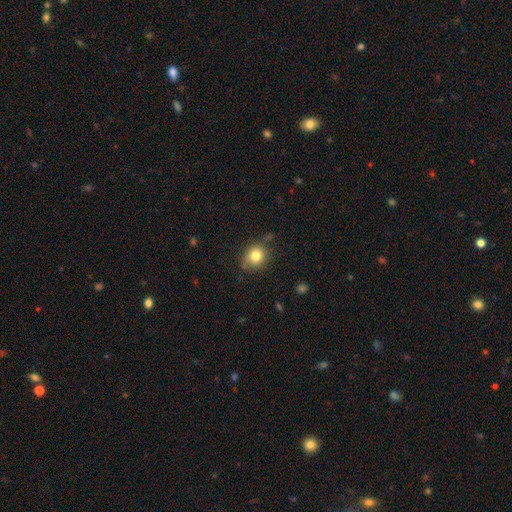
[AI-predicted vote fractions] Smooth or featured?
  - smooth: 80% *
  - star or artifact: 11%
  - featured or disk: 10%
How rounded?
  - round: 68% *
  - in between: 31%
  - cigar-shaped: 1%
Merging?
  - none: 69% *
  - minor disturbance: 23%
  - major disturbance: 5%
  - merger: 3%